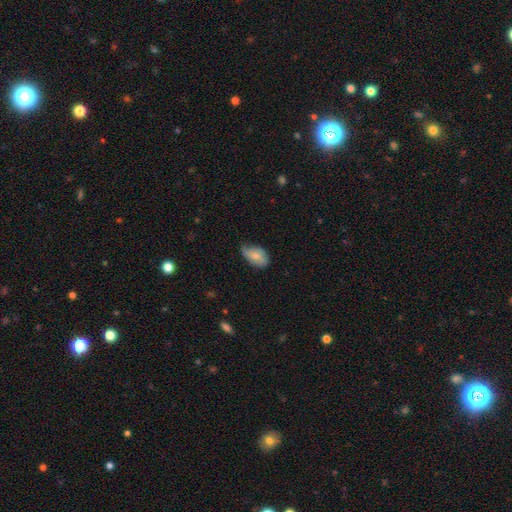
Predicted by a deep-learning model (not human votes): This is likely a smooth galaxy (66%). How rounded: clearly in between (90%). Merging: marginally none (44%, tied with minor disturbance).